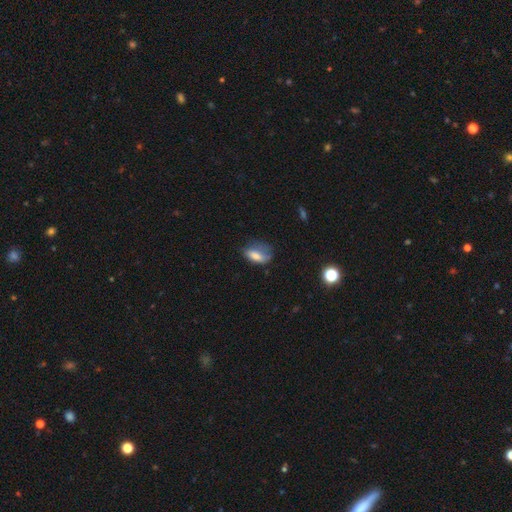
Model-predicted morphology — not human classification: smooth 72%, featured or disk 19%, star or artifact 9%. Down the decision tree: how rounded — in between (85%); merging — none (40%).